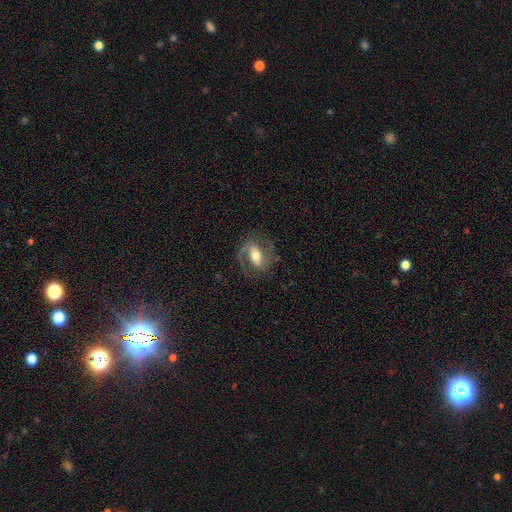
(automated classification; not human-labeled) Q: Smooth or featured?
A: featured or disk (73%); runner-up: smooth (20%)
Q: Edge-on disk?
A: no (94%); runner-up: yes (6%)
Q: Bar?
A: strong (42%); runner-up: weak (37%)
Q: Spiral arms?
A: yes (88%); runner-up: no (12%)
Q: Spiral winding?
A: medium (52%); runner-up: loose (25%)
Q: Spiral arm count?
A: 2 (78%); runner-up: 1 (13%)
Q: Bulge size?
A: moderate (62%); runner-up: large (20%)
Q: Merging?
A: none (69%); runner-up: minor disturbance (16%)